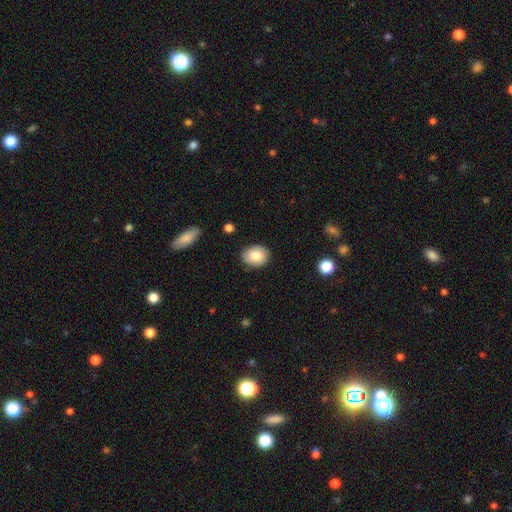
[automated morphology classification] type=smooth (83%); roundness=in between (62%); merging=none (85%).